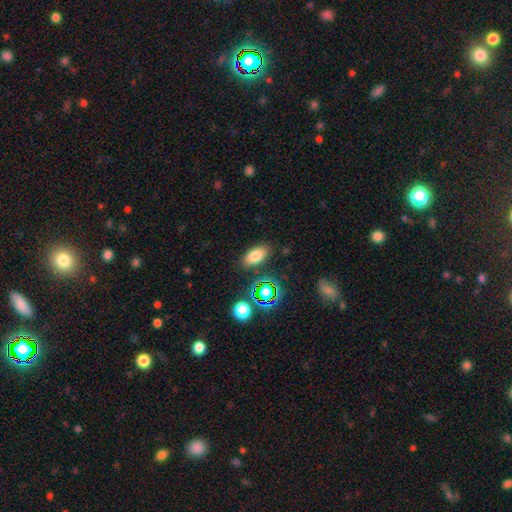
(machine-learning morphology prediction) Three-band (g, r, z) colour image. It shows a smooth galaxy with no disk features (75%) that is in between round and cigar-shaped (86%). Merging: none (84%).